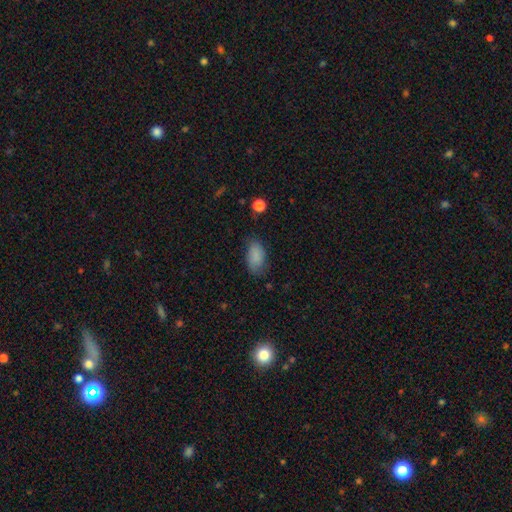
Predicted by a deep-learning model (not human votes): Q: Smooth or featured?
A: smooth (85%); runner-up: star or artifact (8%)
Q: How rounded?
A: in between (92%); runner-up: round (5%)
Q: Merging?
A: none (70%); runner-up: minor disturbance (23%)